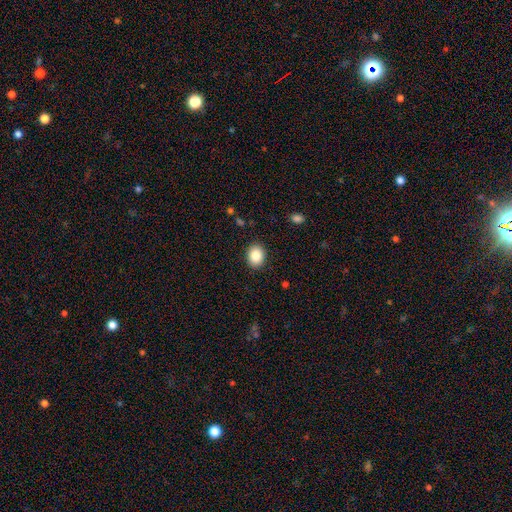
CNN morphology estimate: Smooth or featured: smooth — 87% (star or artifact — 8%)
How rounded: in between — 58% (round — 41%)
Merging: none — 90% (minor disturbance — 7%)